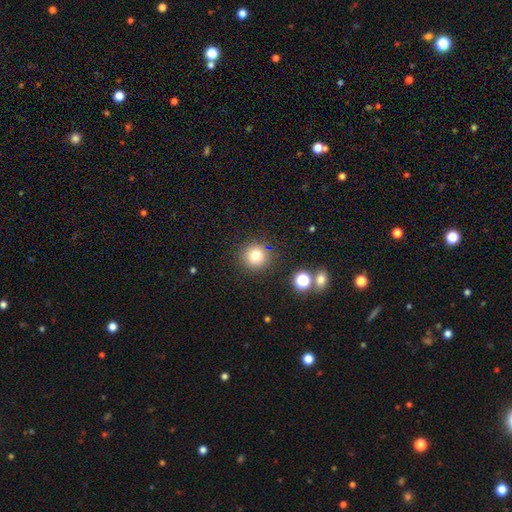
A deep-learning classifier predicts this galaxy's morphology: A smooth galaxy with no disk features (77%) that is round (92%).

Vote fractions:
- Smooth or featured? smooth: 77% / star or artifact: 15% / featured or disk: 8%
- How rounded? round: 92% / in between: 7% / cigar-shaped: 1%
- Merging? none: 87% / minor disturbance: 7% / merger: 3% / major disturbance: 3%